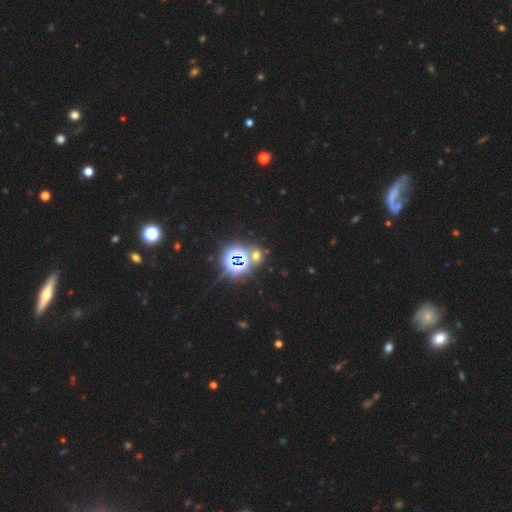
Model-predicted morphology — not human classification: type=star or artifact (67%).